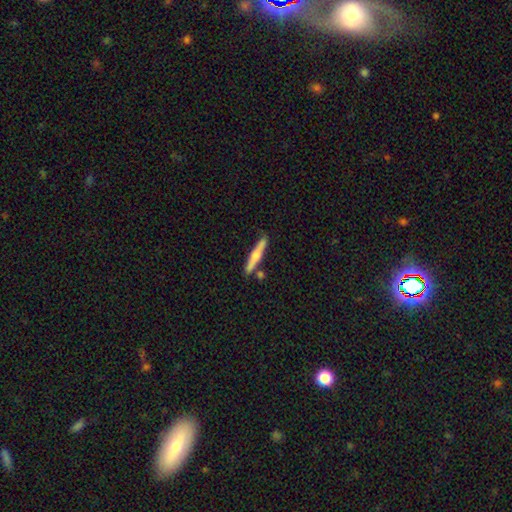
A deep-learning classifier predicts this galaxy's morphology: smooth 49%, featured or disk 45%, star or artifact 5%. Down the decision tree: merging — none (76%).